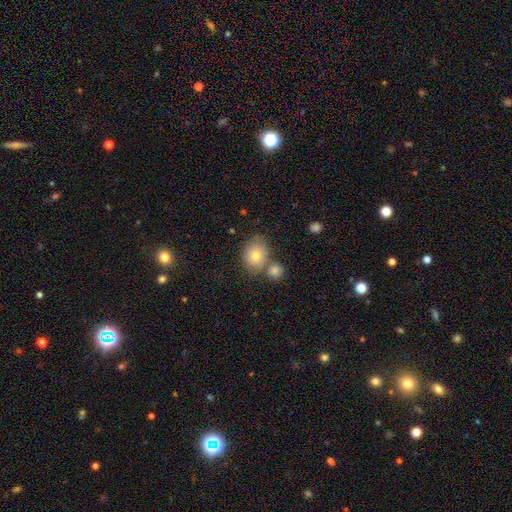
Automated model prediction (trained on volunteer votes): Smooth or featured? smooth (76%)
How rounded? round (66%)
Merging? none (55%)